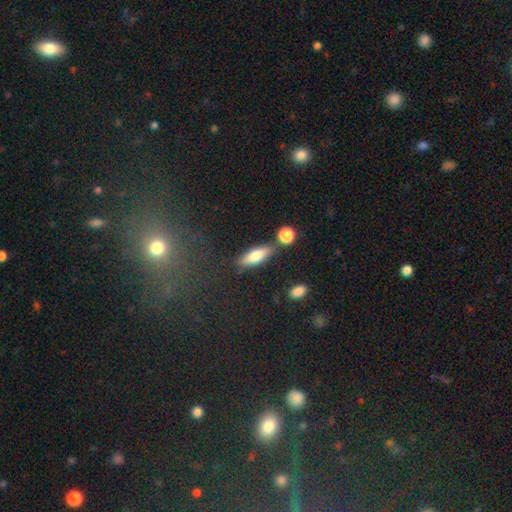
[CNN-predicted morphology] Overall: smooth (75%). How rounded: in between (53%; cigar-shaped 44%). Merging: none (73%).